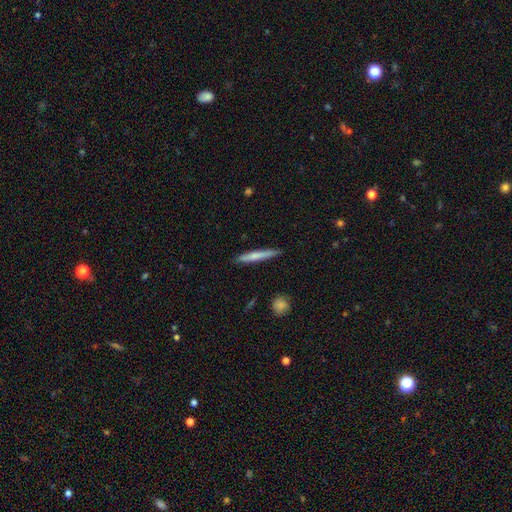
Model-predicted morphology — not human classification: Smooth or featured?
  - smooth: 63% *
  - featured or disk: 31%
  - star or artifact: 6%
How rounded?
  - cigar-shaped: 95% *
  - in between: 3%
  - round: 1%
Merging?
  - none: 87% *
  - minor disturbance: 10%
  - major disturbance: 2%
  - merger: 1%